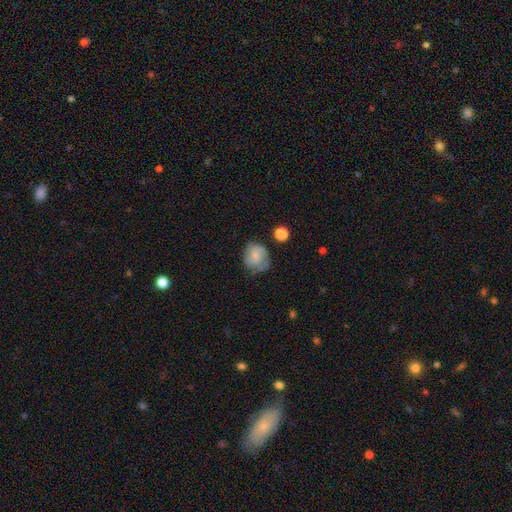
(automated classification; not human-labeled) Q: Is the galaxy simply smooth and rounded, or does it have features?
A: featured or disk — 46%, tied with smooth.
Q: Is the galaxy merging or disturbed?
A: none — 57%.